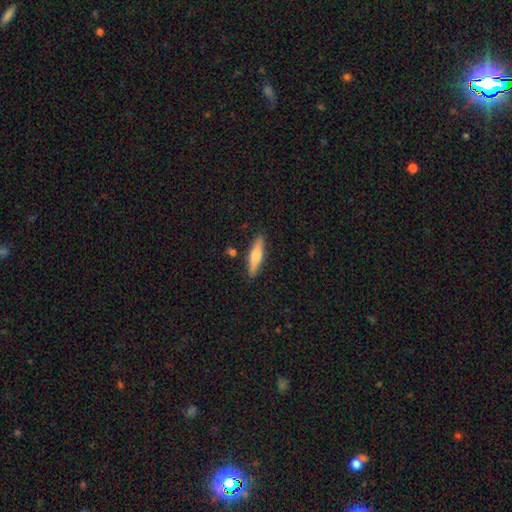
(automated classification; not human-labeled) Overall: smooth (60%; featured or disk 34%). How rounded: cigar-shaped (73%). Merging: none (86%).